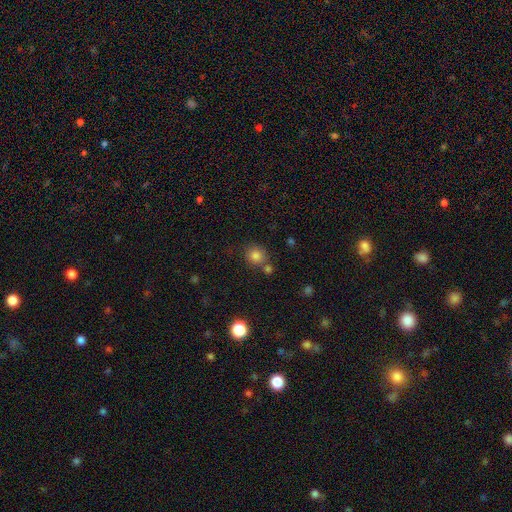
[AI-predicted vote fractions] smooth_or_featured: smooth (p=0.82) [alt: star or artifact p=0.12]
how_rounded: round (p=0.87) [alt: in between p=0.12]
merging: none (p=0.68) [alt: merger p=0.17]